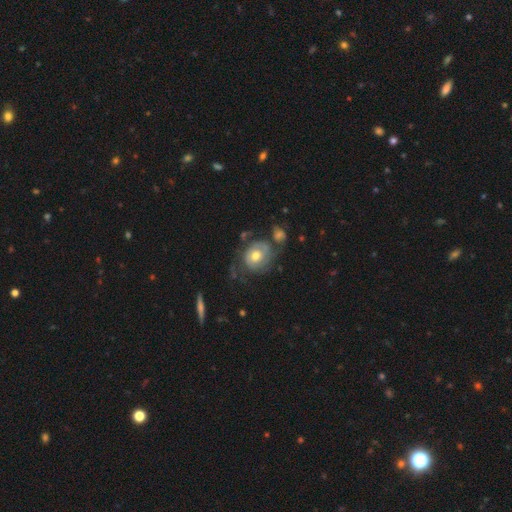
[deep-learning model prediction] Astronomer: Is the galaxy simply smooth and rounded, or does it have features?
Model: featured or disk — 60%.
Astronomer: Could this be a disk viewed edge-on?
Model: no — 97%.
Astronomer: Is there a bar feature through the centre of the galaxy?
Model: no — 78%.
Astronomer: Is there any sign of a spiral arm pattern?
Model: yes — 70%.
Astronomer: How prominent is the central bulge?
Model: moderate — 75%.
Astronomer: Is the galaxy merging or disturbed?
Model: none — 45% (runner-up: minor disturbance, 22%).